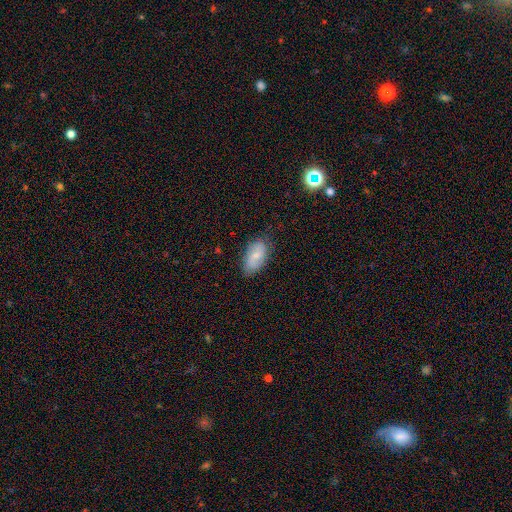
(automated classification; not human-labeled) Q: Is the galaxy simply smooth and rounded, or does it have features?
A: smooth — 63%.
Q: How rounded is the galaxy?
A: in between — 93%.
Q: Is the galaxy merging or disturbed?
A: none — 76%.